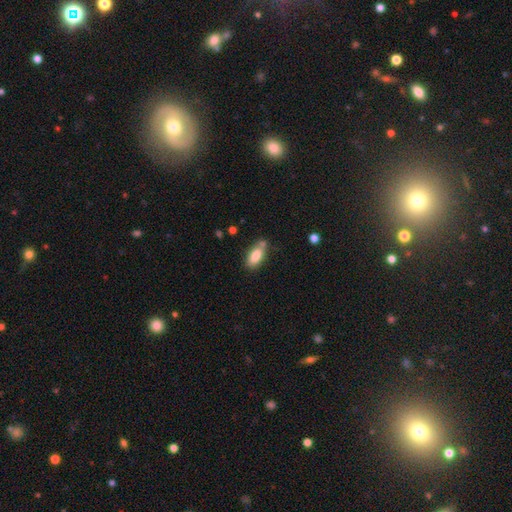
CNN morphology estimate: A smooth galaxy with no disk features (81%) that is in between round and cigar-shaped (86%). Merging: none (64%).